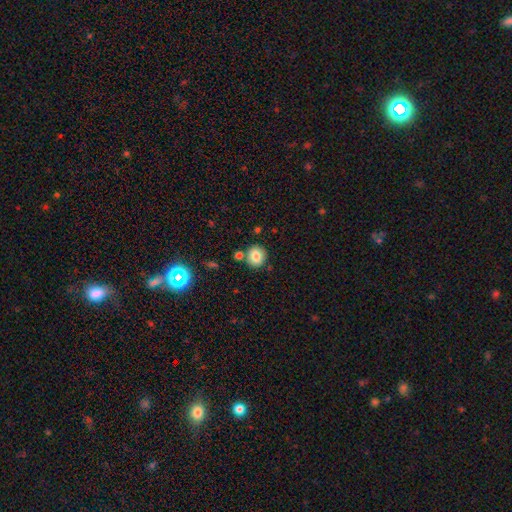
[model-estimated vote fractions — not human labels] Q: Smooth or featured?
A: smooth (81%); runner-up: star or artifact (11%)
Q: How rounded?
A: round (87%); runner-up: in between (12%)
Q: Merging?
A: none (79%); runner-up: minor disturbance (9%)